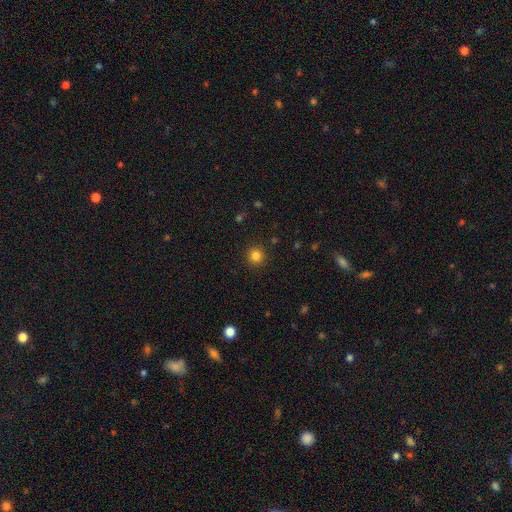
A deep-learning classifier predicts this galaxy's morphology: smooth-or-featured: smooth: 83% | star or artifact: 13% | featured or disk: 4%
  how-rounded: round: 94% | in between: 5% | cigar-shaped: 1%
  merging: none: 91% | minor disturbance: 5% | major disturbance: 2% | merger: 1%